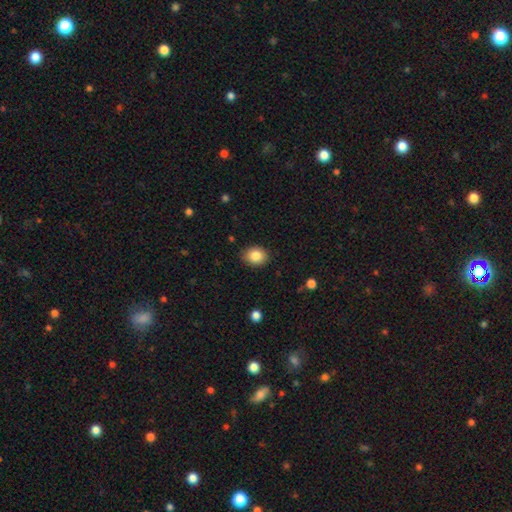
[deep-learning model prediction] Smooth or featured: smooth — 85% (star or artifact — 9%)
How rounded: round — 51% (in between — 48%)
Merging: none — 85% (minor disturbance — 11%)